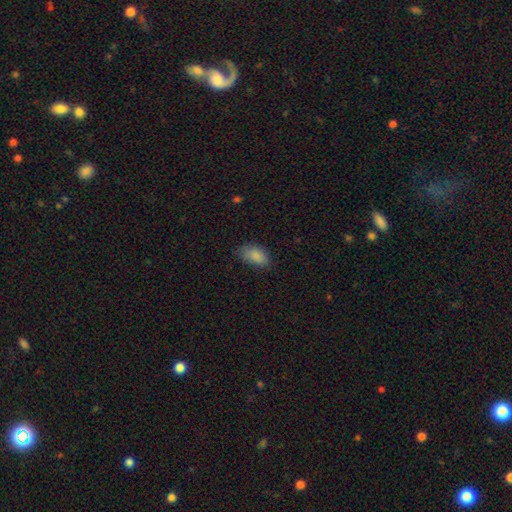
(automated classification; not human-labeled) The model was most divided on "merging": none: 66%, minor disturbance: 26%, major disturbance: 7%, merger: 1%. More confident: how rounded — in between (91%); smooth or featured — smooth (85%).